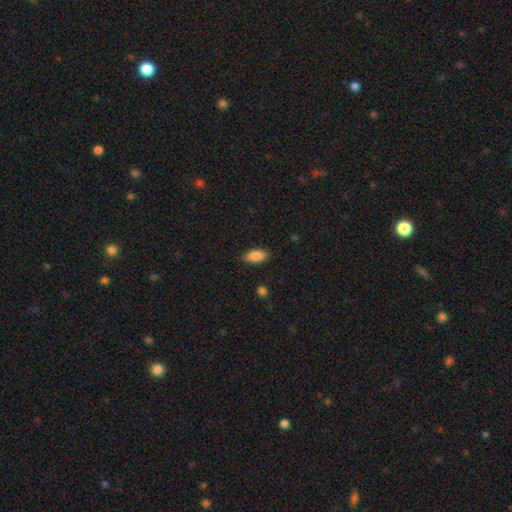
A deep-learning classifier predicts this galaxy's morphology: Smooth or featured? Predicted: smooth (p=0.87). How rounded? Predicted: in between (p=0.90). Merging? Predicted: none (p=0.84).